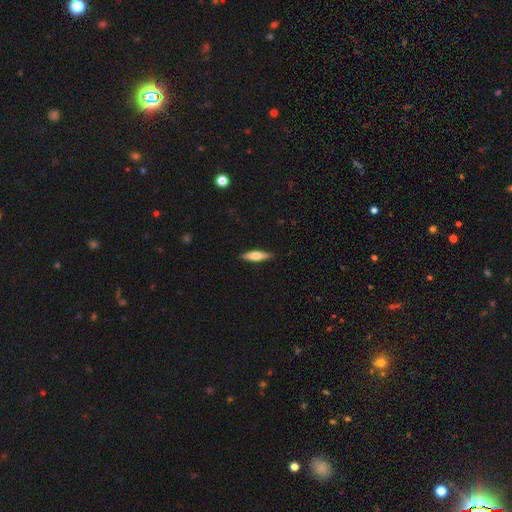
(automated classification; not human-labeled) Q: Smooth or featured?
A: smooth (49%); runner-up: featured or disk (45%)
Q: Merging?
A: none (90%); runner-up: minor disturbance (8%)